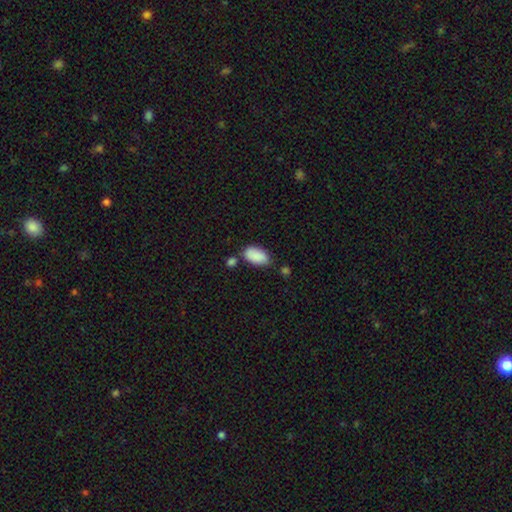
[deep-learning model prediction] This is clearly a smooth galaxy (88%). How rounded: clearly in between (95%). Merging: likely none (62%).